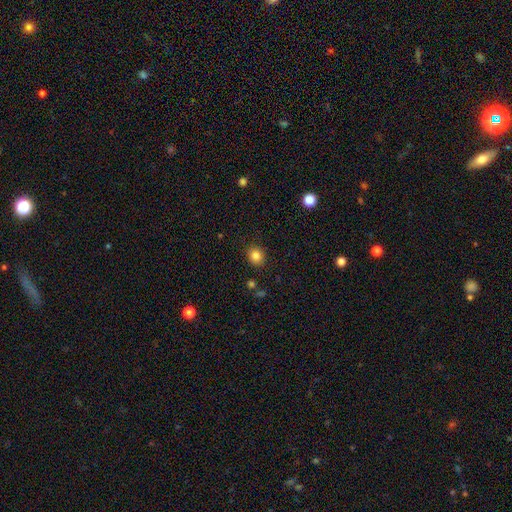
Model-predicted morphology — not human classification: Smooth or featured? smooth (84%)
How rounded? round (76%)
Merging? none (89%)